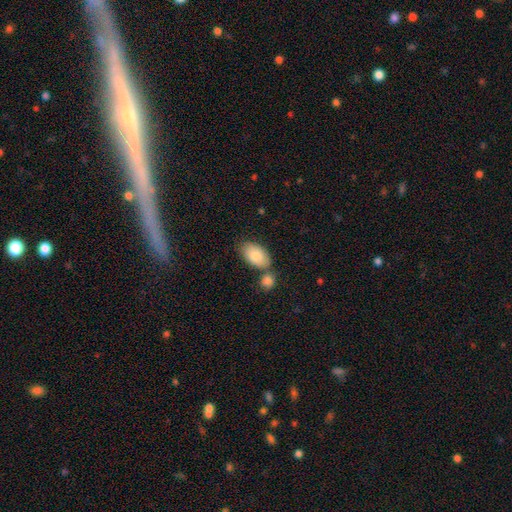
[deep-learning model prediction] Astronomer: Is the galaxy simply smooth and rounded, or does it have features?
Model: smooth — 84%.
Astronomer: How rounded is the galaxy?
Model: in between — 94%.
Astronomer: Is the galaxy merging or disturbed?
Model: none — 56%.